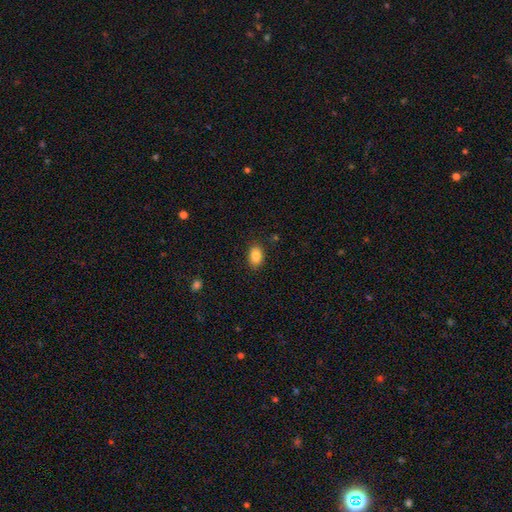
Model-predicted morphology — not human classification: Overall: smooth (88%). How rounded: in between (85%). Merging: none (87%).